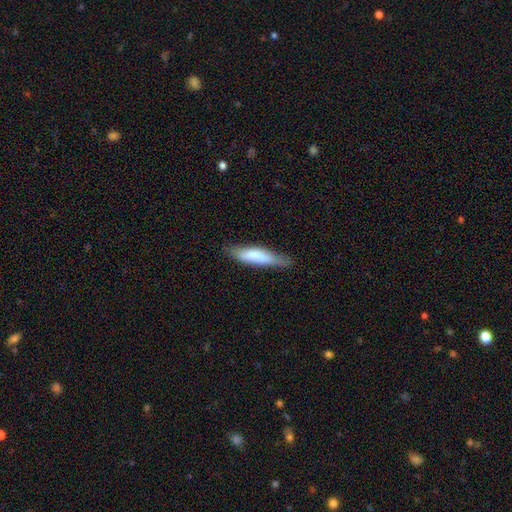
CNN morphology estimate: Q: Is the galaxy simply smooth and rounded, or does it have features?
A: smooth — 72%.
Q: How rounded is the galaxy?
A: cigar-shaped — 68%.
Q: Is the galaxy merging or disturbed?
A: none — 64%.